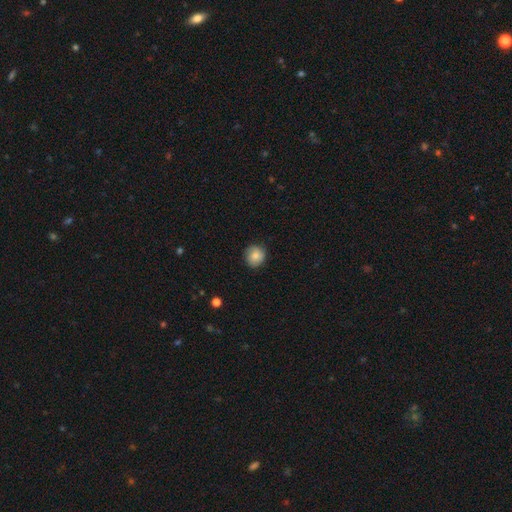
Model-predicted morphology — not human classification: type=smooth (80%); roundness=round (89%); merging=none (84%).